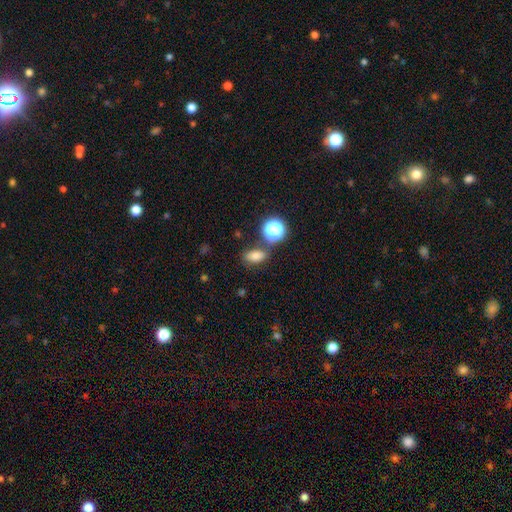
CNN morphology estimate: Overall: smooth (74%). How rounded: in between (78%). Merging: none (72%).